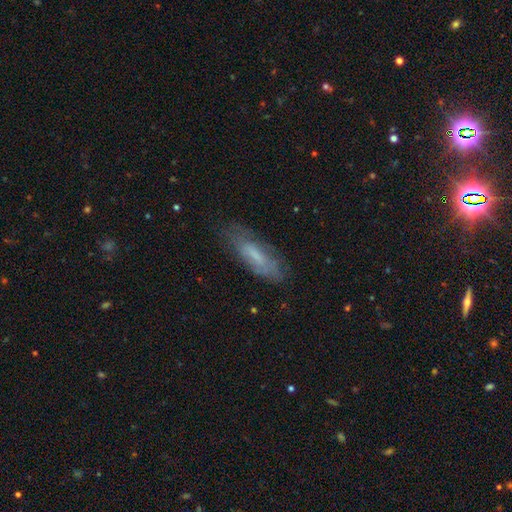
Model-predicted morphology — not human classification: This appears to be a smooth galaxy with no disk features (54%) that is in between round and cigar-shaped (51%). Merging: none (69%).